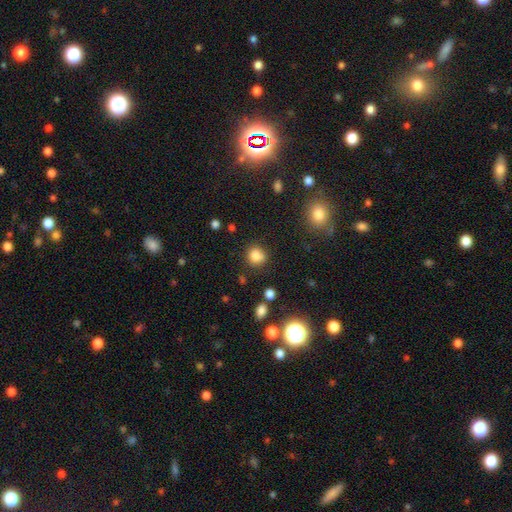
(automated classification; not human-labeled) Q: Smooth or featured?
A: smooth (83%); runner-up: star or artifact (12%)
Q: How rounded?
A: round (79%); runner-up: in between (20%)
Q: Merging?
A: none (81%); runner-up: minor disturbance (12%)